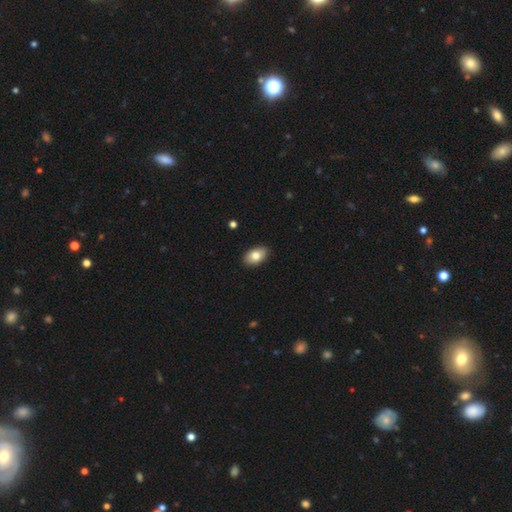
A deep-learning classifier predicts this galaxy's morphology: Smooth or featured? Predicted: smooth (p=0.81). How rounded? Predicted: in between (p=0.91). Merging? Predicted: none (p=0.89).